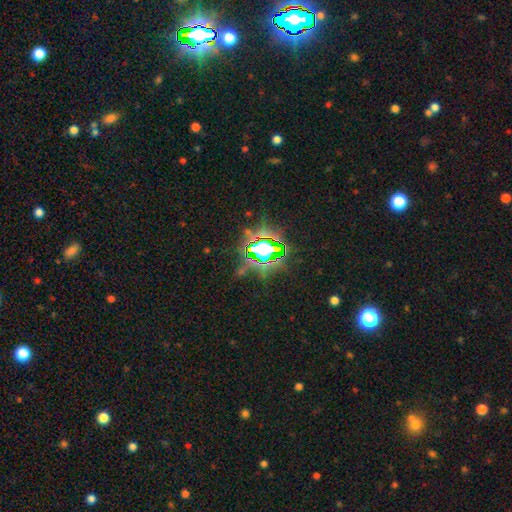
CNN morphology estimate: The model was most divided on "smooth or featured": star or artifact: 81%, smooth: 11%, featured or disk: 8%.